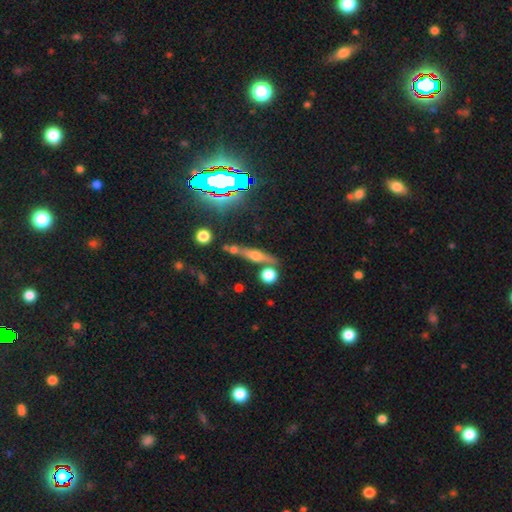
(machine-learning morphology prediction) This appears to be a featured or disk galaxy (49%). Merging: none (67%).